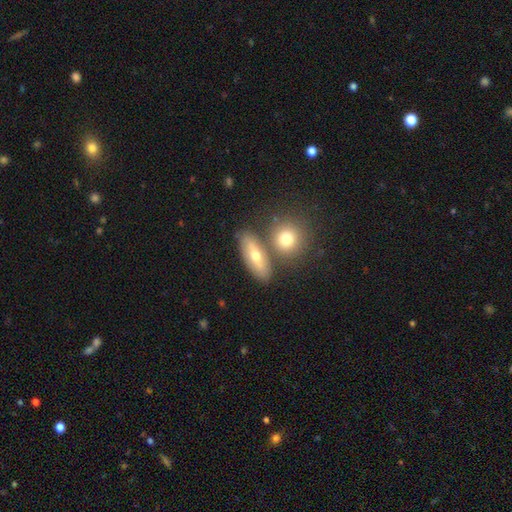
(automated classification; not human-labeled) Q: Smooth or featured?
A: smooth (58%); runner-up: featured or disk (33%)
Q: How rounded?
A: in between (66%); runner-up: cigar-shaped (22%)
Q: Merging?
A: none (68%); runner-up: merger (19%)